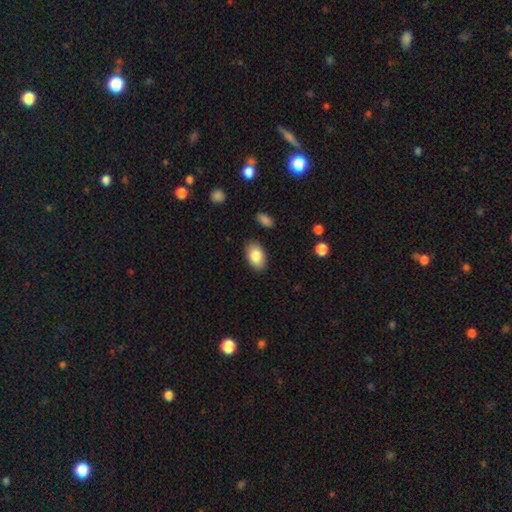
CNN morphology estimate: smooth 85%, featured or disk 8%, star or artifact 7%. Down the decision tree: how rounded — in between (91%); merging — none (86%).